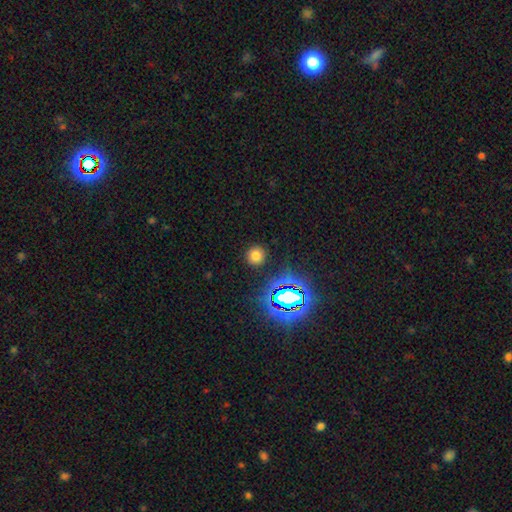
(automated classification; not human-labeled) Smooth or featured?
  - smooth: 69% *
  - star or artifact: 24%
  - featured or disk: 7%
How rounded?
  - round: 92% *
  - in between: 7%
  - cigar-shaped: 1%
Merging?
  - none: 89% *
  - minor disturbance: 6%
  - major disturbance: 3%
  - merger: 2%